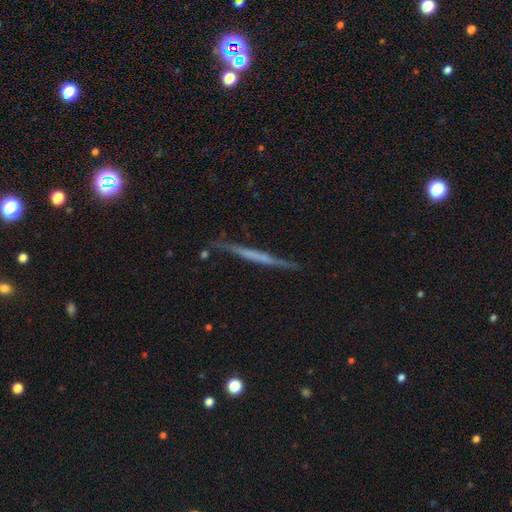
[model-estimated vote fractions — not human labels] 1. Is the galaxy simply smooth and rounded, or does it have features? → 59% featured or disk, 35% smooth, 6% star or artifact.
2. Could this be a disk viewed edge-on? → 97% yes, 3% no.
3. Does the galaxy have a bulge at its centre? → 84% none, 9% rounded, 7% boxy.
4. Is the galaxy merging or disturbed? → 86% none, 10% minor disturbance, 2% major disturbance, 2% merger.